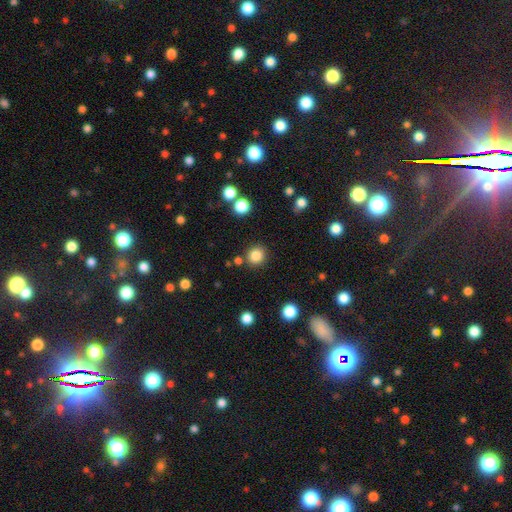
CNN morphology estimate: smooth 85%, star or artifact 11%, featured or disk 4%. Down the decision tree: how rounded — round (88%); merging — none (85%).